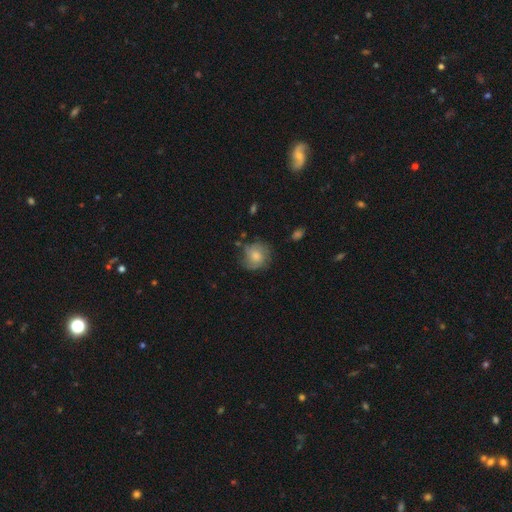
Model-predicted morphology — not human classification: A smooth galaxy with no disk features (52%) that is round (81%). Merging: none (64%).